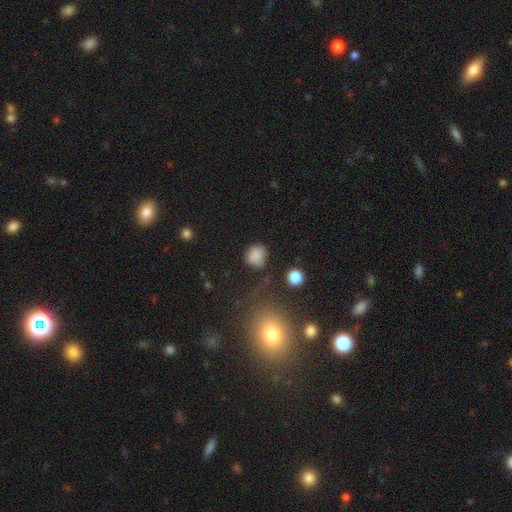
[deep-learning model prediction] Smooth or featured: smooth — 82% (star or artifact — 11%)
How rounded: round — 68% (in between — 31%)
Merging: none — 66% (minor disturbance — 22%)